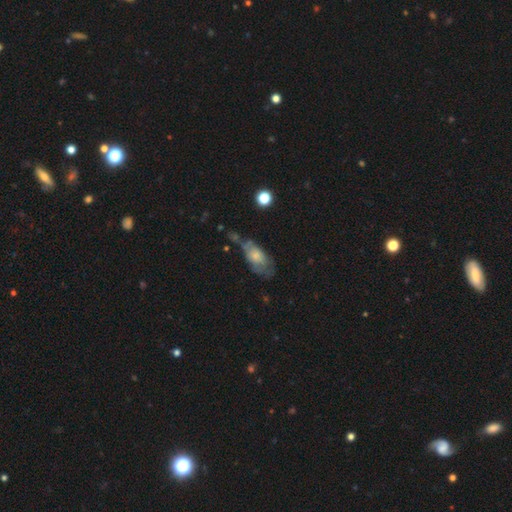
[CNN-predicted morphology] Smooth or featured? smooth (58%)
How rounded? in between (87%)
Merging? minor disturbance (31%, tied with none)